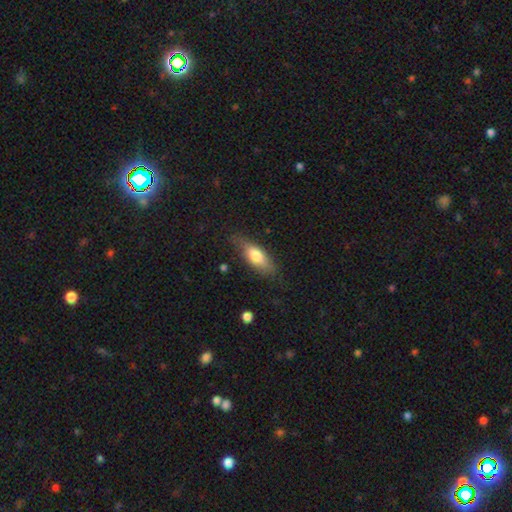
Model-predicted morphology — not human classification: Smooth or featured? Predicted: smooth (p=0.69). How rounded? Predicted: in between (p=0.65). Merging? Predicted: none (p=0.72).